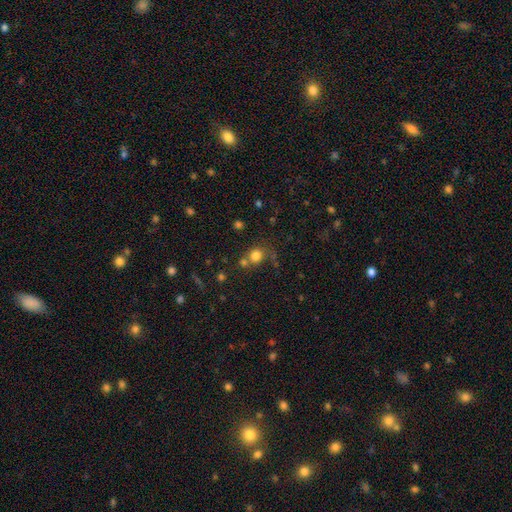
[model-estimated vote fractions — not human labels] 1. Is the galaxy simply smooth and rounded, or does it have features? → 78% smooth, 14% star or artifact, 8% featured or disk.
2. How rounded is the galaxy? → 81% round, 18% in between, 1% cigar-shaped.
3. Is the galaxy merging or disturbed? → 55% none, 27% merger, 12% minor disturbance, 7% major disturbance.